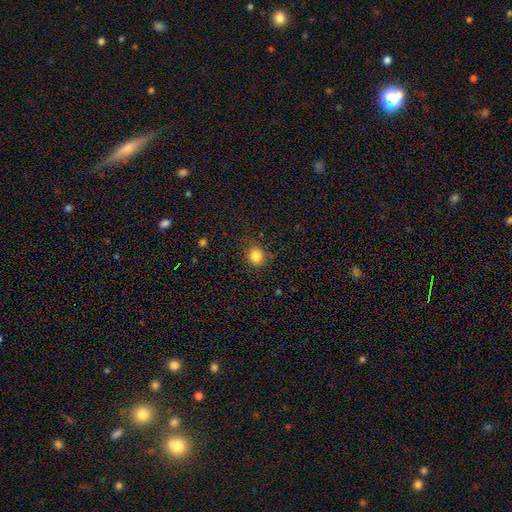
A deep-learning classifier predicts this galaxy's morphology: smooth_or_featured: smooth (p=0.83) [alt: star or artifact p=0.12]
how_rounded: round (p=0.86) [alt: in between p=0.13]
merging: none (p=0.82) [alt: minor disturbance p=0.12]